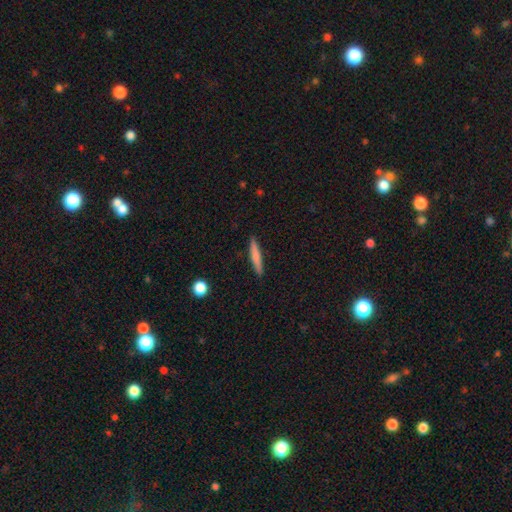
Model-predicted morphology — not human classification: A smooth galaxy with no disk features (70%) that is cigar-shaped (93%).

Vote fractions:
- Smooth or featured? smooth: 70% / featured or disk: 23% / star or artifact: 6%
- How rounded? cigar-shaped: 93% / in between: 5% / round: 2%
- Merging? none: 90% / minor disturbance: 7% / major disturbance: 2% / merger: 1%